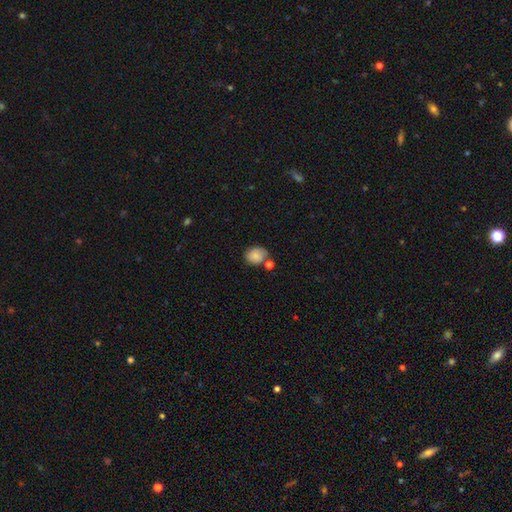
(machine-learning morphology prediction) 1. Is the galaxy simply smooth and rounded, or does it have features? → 82% smooth, 10% featured or disk, 9% star or artifact.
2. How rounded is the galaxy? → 56% round, 43% in between, 1% cigar-shaped.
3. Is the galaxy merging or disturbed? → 59% none, 19% minor disturbance, 17% merger, 5% major disturbance.